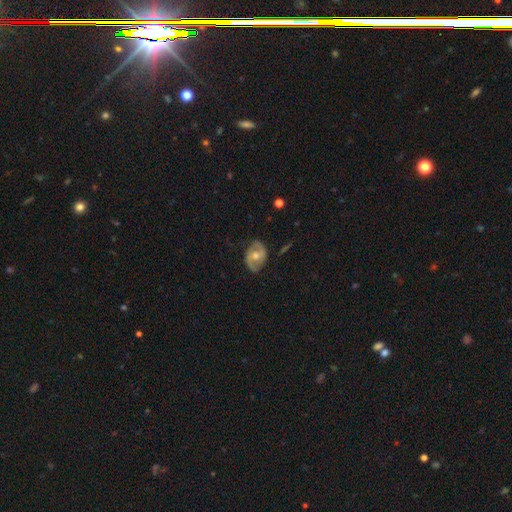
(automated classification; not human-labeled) smooth-or-featured: featured or disk: 70% | smooth: 24% | star or artifact: 6%
  disk-edge-on: no: 96% | yes: 4%
    bar: no: 50% | weak: 39% | strong: 11%
    has-spiral-arms: yes: 81% | no: 19%
      spiral-winding: medium: 49% | tight: 27% | loose: 24%
      spiral-arm-count: 2: 86% | can't tell: 9% | 1: 2% | 3: 1% | 4: 1% | more than 4: 1%
    bulge-size: moderate: 72% | small: 17% | large: 8% | none: 2% | dominant: 1%
  merging: none: 78% | minor disturbance: 16% | major disturbance: 4% | merger: 1%